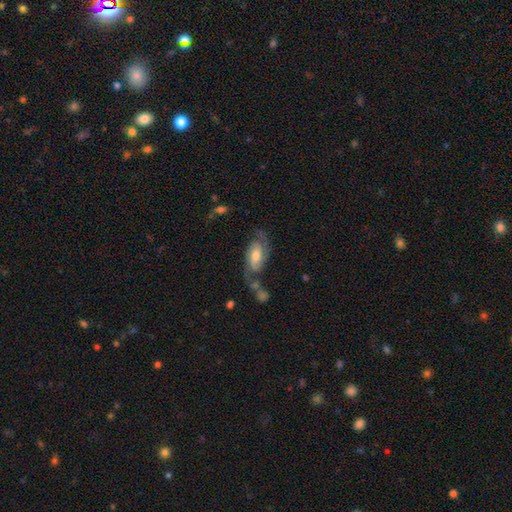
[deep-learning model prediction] featured or disk 79%, smooth 15%, star or artifact 6%. Down the decision tree: edge-on disk — no (95%); bar — no (46%); spiral arms — yes (94%); spiral arm count — 2 (87%); spiral winding — medium (47%); bulge size — moderate (55%); merging — none (55%).